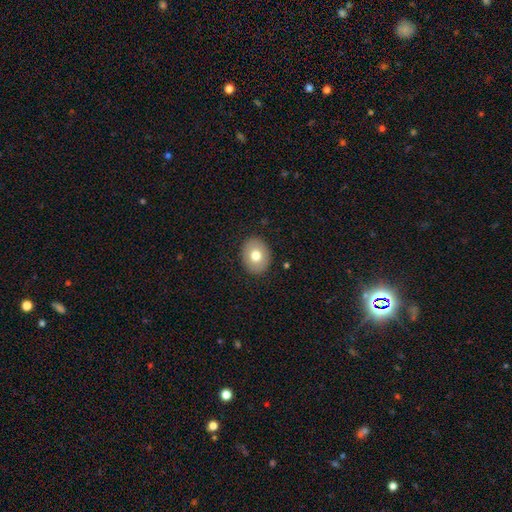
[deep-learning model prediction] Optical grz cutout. It shows a smooth galaxy with no disk features (74%) that is in between round and cigar-shaped (51%). Merging: none (89%).